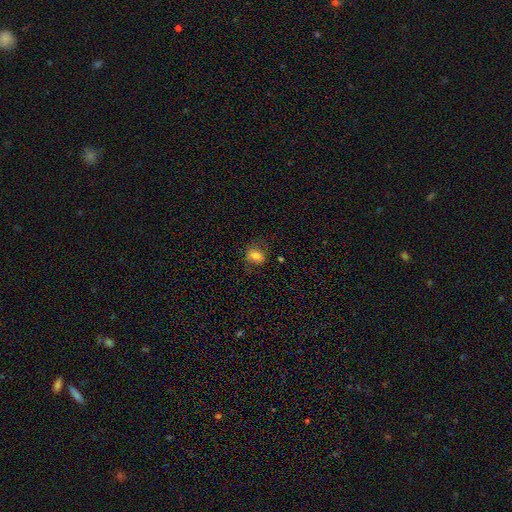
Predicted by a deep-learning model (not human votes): smooth 79%, star or artifact 11%, featured or disk 10%. Down the decision tree: how rounded — in between (51%); merging — none (74%).